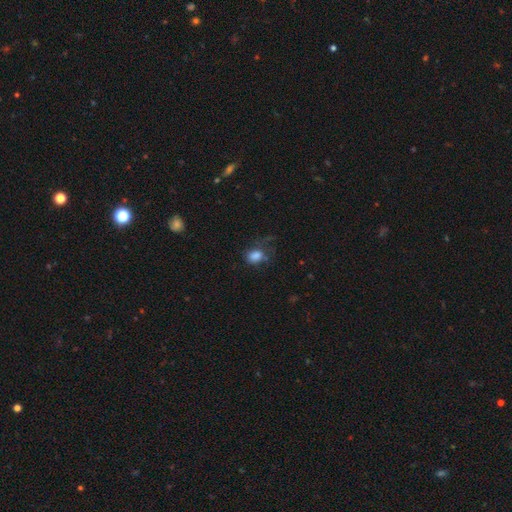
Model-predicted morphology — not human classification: smooth-or-featured: smooth: 79% | star or artifact: 12% | featured or disk: 9%
  how-rounded: in between: 67% | round: 32% | cigar-shaped: 1%
  merging: none: 48% | minor disturbance: 25% | major disturbance: 23% | merger: 3%